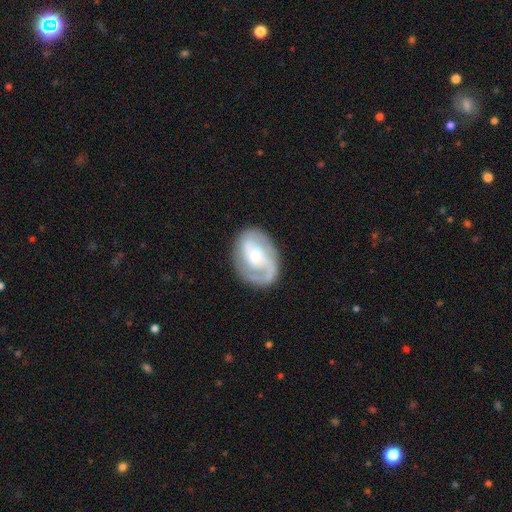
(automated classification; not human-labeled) Smooth or featured? featured or disk (78%)
Edge-on disk? no (97%)
Bar? no (47%)
Spiral arms? yes (92%)
Spiral winding? medium (45%)
Spiral arm count? 2 (70%)
Bulge size? small (42%)
Merging? none (75%)